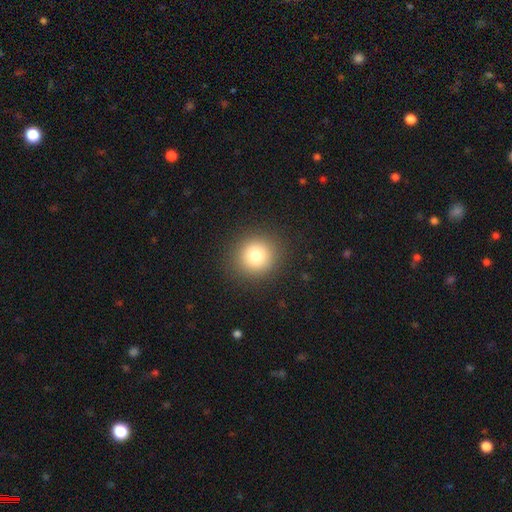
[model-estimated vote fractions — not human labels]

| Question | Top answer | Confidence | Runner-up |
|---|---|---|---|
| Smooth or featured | smooth | 80% | star or artifact (12%) |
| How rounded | round | 91% | in between (8%) |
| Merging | none | 90% | minor disturbance (6%) |